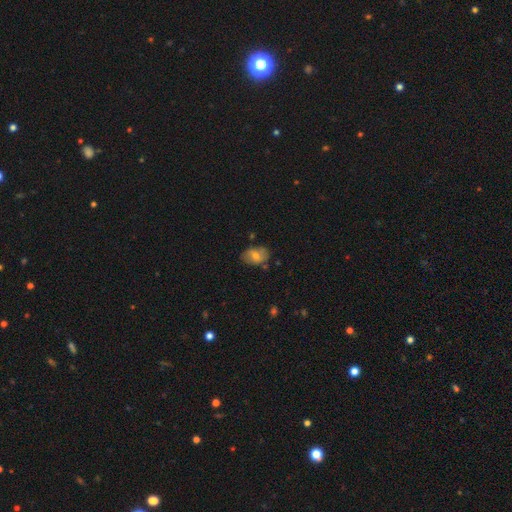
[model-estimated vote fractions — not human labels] Smooth or featured?
  - smooth: 65% *
  - featured or disk: 27%
  - star or artifact: 9%
How rounded?
  - in between: 83% *
  - round: 16%
  - cigar-shaped: 1%
Merging?
  - none: 72% *
  - minor disturbance: 21%
  - major disturbance: 4%
  - merger: 3%